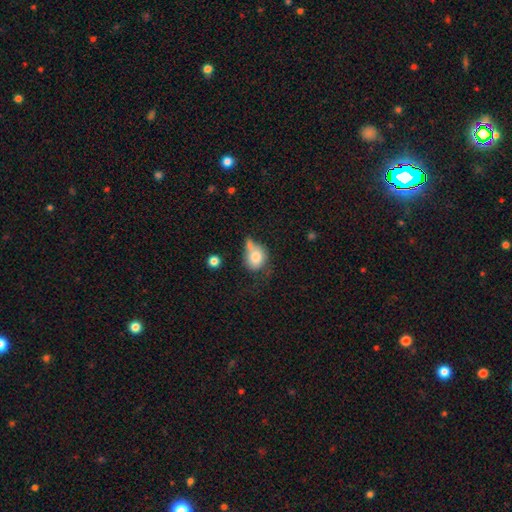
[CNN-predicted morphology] Smooth or featured: smooth — 77% (featured or disk — 15%)
How rounded: round — 62% (in between — 36%)
Merging: merger — 32% (none — 31%)